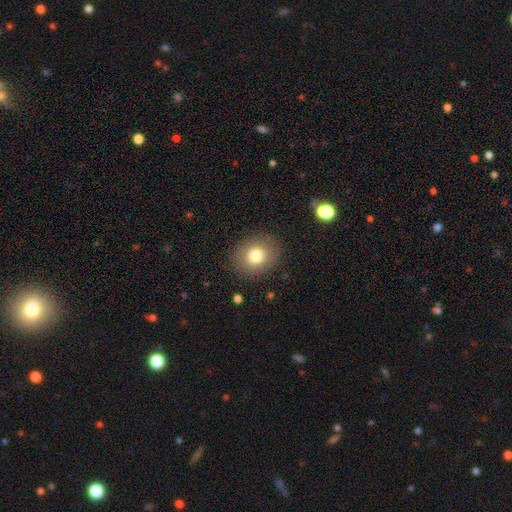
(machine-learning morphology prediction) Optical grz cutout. It shows a smooth galaxy with no disk features (79%) that is round (65%). Merging: none (87%).